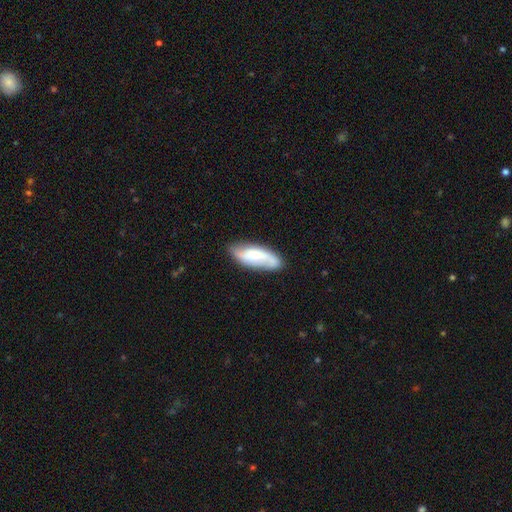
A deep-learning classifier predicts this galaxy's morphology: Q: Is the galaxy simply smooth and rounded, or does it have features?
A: featured or disk — 52%.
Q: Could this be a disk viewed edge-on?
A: no — 88%.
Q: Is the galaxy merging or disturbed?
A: none — 75%.